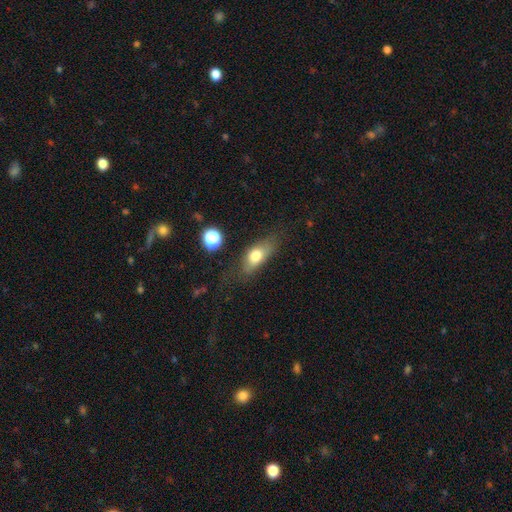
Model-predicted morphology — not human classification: type=smooth (71%); roundness=in between (75%); merging=none (59%).